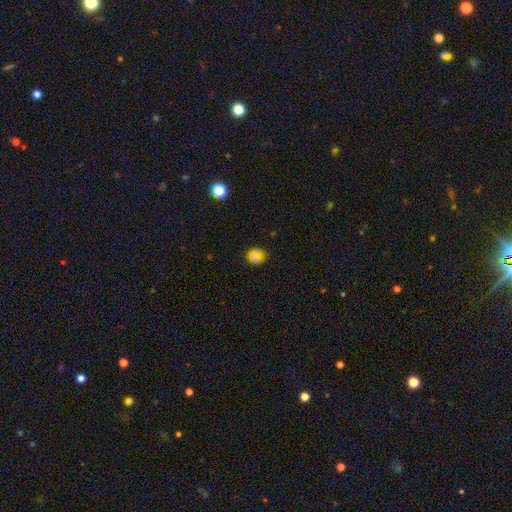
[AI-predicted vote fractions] A smooth galaxy with no disk features (53%) that is round (75%).

Vote fractions:
- Smooth or featured? smooth: 53% / star or artifact: 35% / featured or disk: 12%
- How rounded? round: 75% / in between: 22% / cigar-shaped: 3%
- Merging? none: 76% / minor disturbance: 13% / major disturbance: 7% / merger: 4%